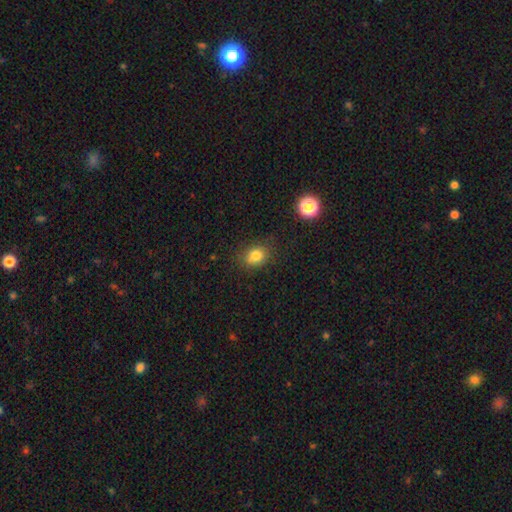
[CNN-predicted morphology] Q: Smooth or featured?
A: smooth (80%); runner-up: star or artifact (13%)
Q: How rounded?
A: round (56%); runner-up: in between (43%)
Q: Merging?
A: none (80%); runner-up: minor disturbance (14%)